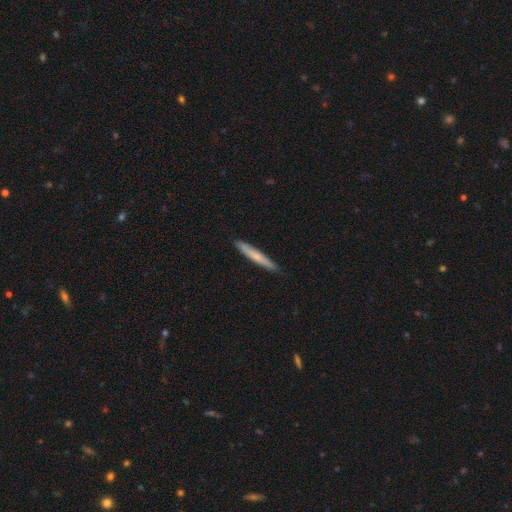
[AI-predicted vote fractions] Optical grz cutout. It shows a smooth galaxy with no disk features (61%) that is cigar-shaped (95%). Merging: none (90%).